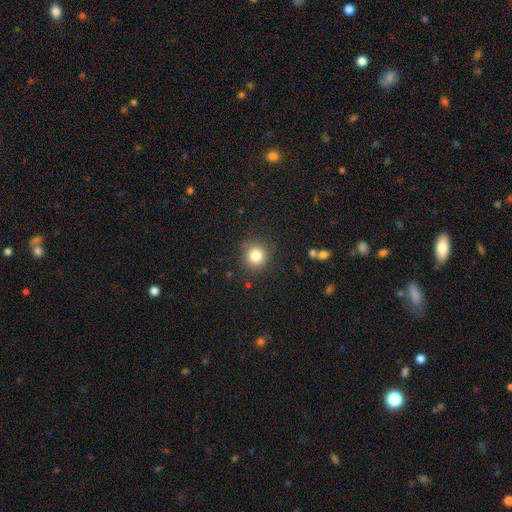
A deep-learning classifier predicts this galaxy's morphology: This appears to be a smooth galaxy with no disk features (81%) that is round (93%). Merging: none (86%).